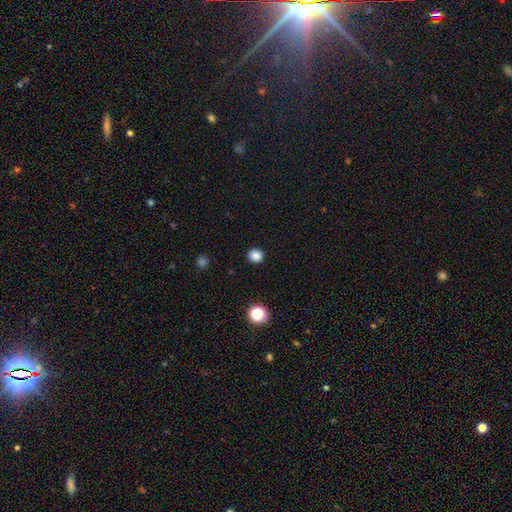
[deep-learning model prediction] Overall: smooth (85%). How rounded: round (84%). Merging: none (91%).